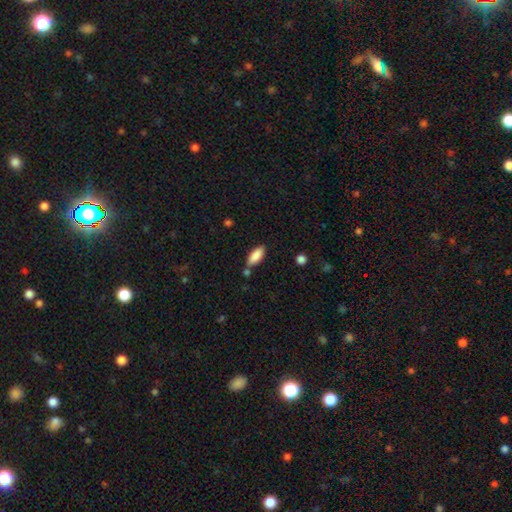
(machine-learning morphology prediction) A smooth galaxy with no disk features (88%) that is in between round and cigar-shaped (85%). Merging: none (74%).